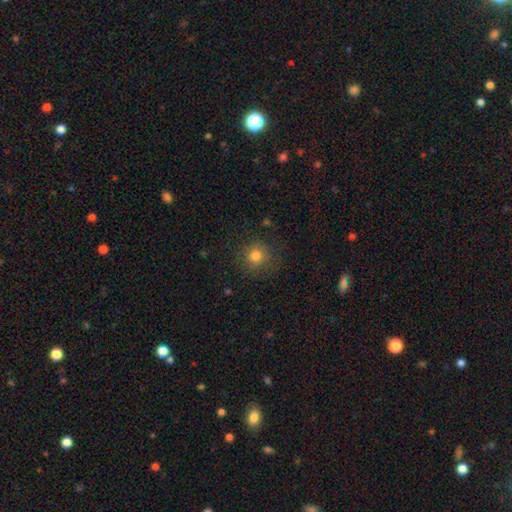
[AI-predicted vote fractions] Overall: smooth (79%). How rounded: round (89%). Merging: none (81%).